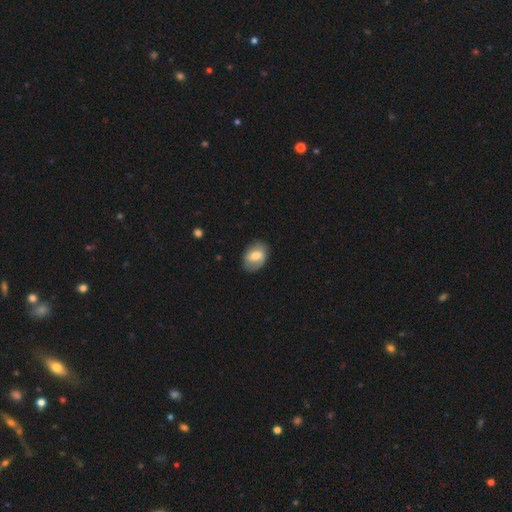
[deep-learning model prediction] Smooth or featured? Predicted: smooth (p=0.56). How rounded? Predicted: in between (p=0.78). Merging? Predicted: none (p=0.76).